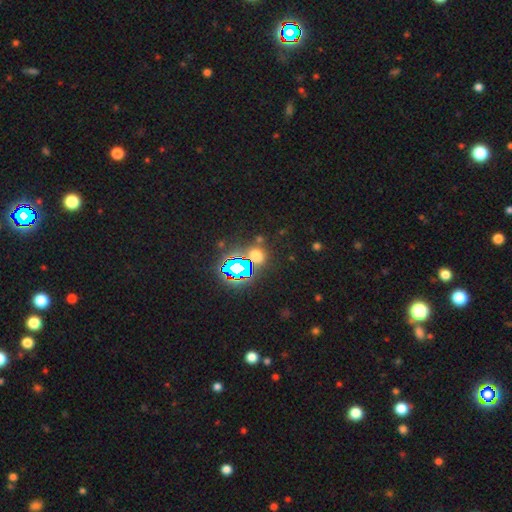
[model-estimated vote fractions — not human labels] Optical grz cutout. It shows a star or artifact, not a galaxy (47%).